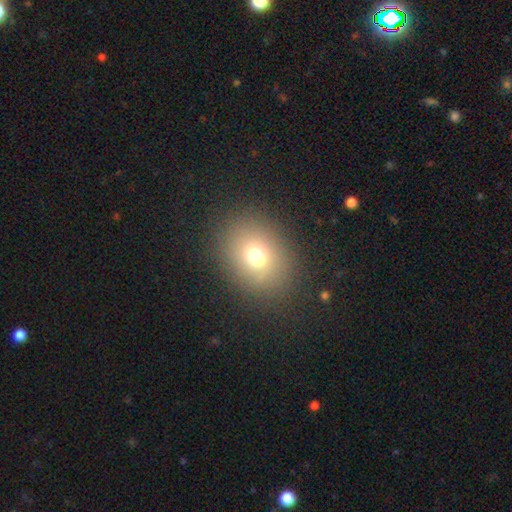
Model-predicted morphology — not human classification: smooth-or-featured: smooth: 72% | star or artifact: 16% | featured or disk: 12%
  how-rounded: round: 50% | in between: 49% | cigar-shaped: 1%
  merging: none: 86% | minor disturbance: 9% | major disturbance: 4% | merger: 1%